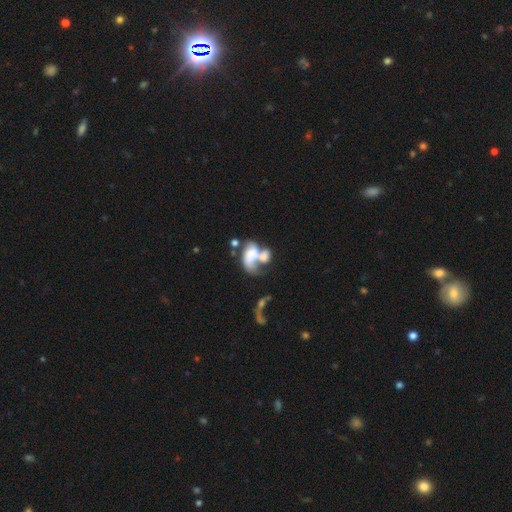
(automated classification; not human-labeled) featured or disk 51%, smooth 38%, star or artifact 11%. Down the decision tree: edge-on disk — no (97%); merging — merger (59%).